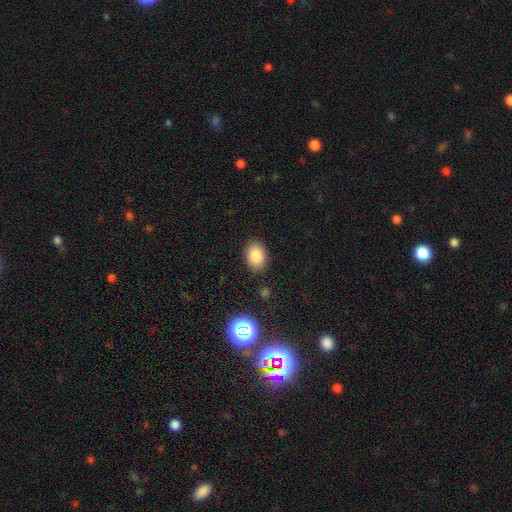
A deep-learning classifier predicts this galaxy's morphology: Smooth or featured: smooth — 85% (star or artifact — 9%)
How rounded: in between — 80% (round — 19%)
Merging: none — 86% (minor disturbance — 10%)